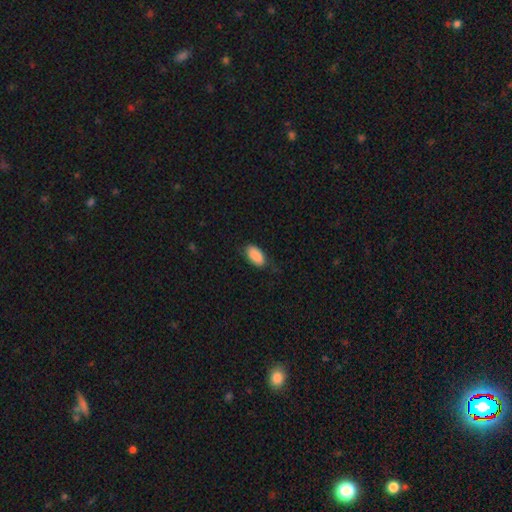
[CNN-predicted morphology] smooth 89%, star or artifact 6%, featured or disk 5%. Down the decision tree: how rounded — in between (94%); merging — none (72%).